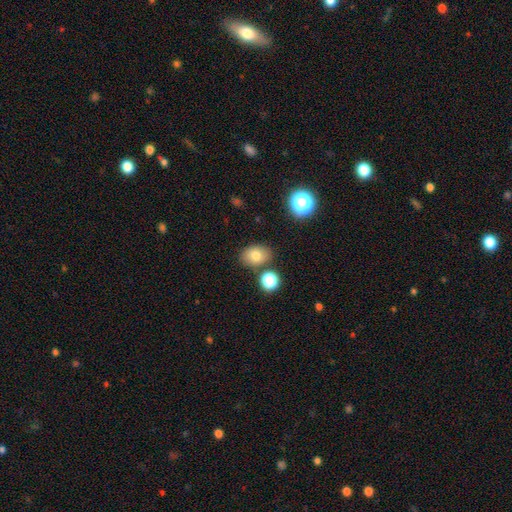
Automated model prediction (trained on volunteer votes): Overall: smooth (76%). How rounded: in between (69%; round 30%). Merging: none (78%).